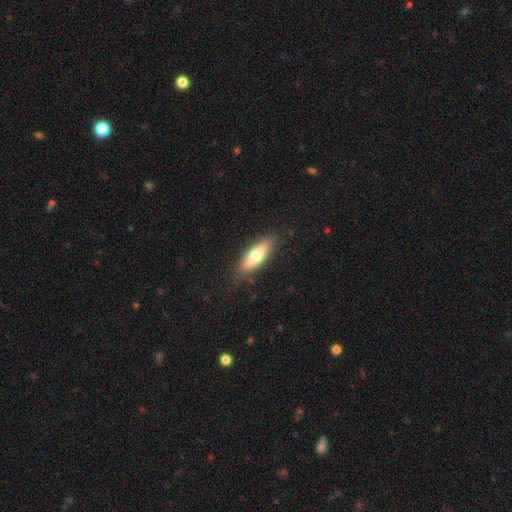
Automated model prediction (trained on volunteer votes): A smooth galaxy with no disk features (67%) that is cigar-shaped (52%). Merging: none (86%).